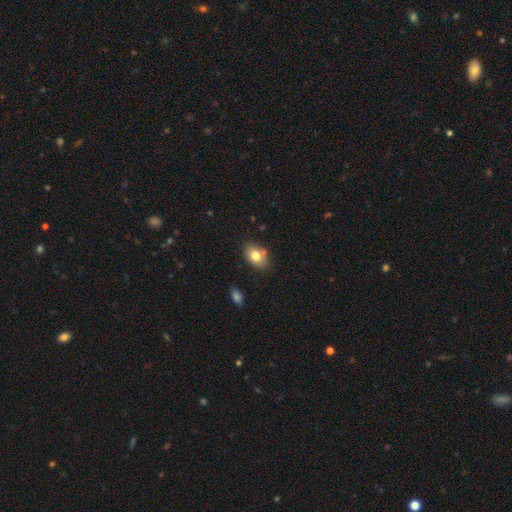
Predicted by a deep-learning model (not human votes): Q: Smooth or featured?
A: smooth (79%); runner-up: featured or disk (13%)
Q: How rounded?
A: in between (79%); runner-up: round (20%)
Q: Merging?
A: none (74%); runner-up: minor disturbance (16%)